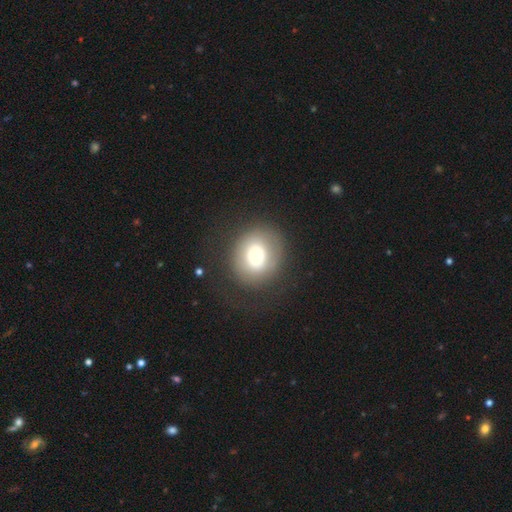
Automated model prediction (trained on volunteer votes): Smooth or featured? smooth (64%)
How rounded? round (80%)
Merging? none (75%)